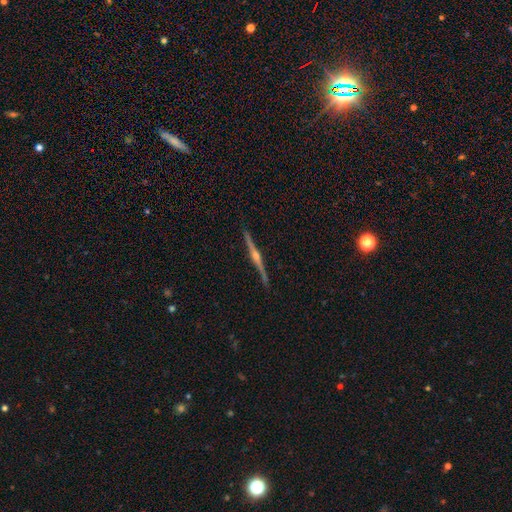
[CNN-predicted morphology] Smooth or featured: featured or disk — 88% (smooth — 7%)
Edge-on disk: yes — 99% (no — 1%)
Edge-on bulge: rounded — 93% (none — 4%)
Merging: none — 91% (minor disturbance — 7%)